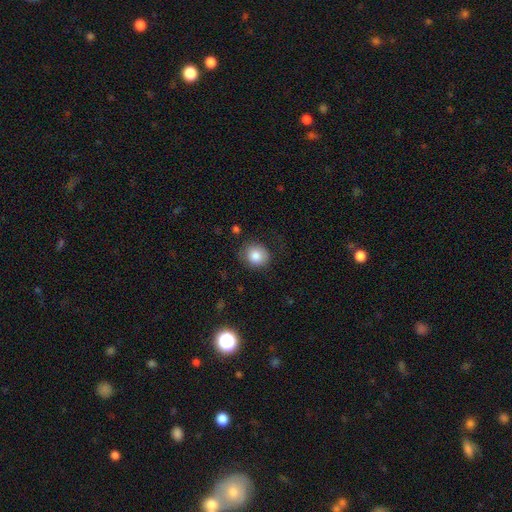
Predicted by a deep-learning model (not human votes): This is clearly a smooth galaxy (84%). How rounded: likely round (79%). Merging: likely none (79%).